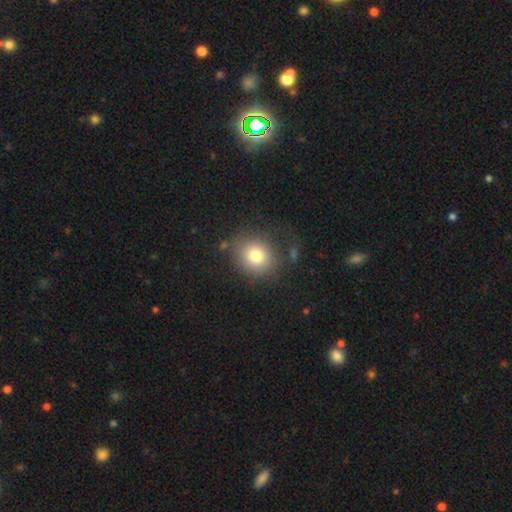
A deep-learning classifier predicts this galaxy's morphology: smooth-or-featured: smooth: 79% | featured or disk: 11% | star or artifact: 10%
  how-rounded: round: 75% | in between: 24% | cigar-shaped: 1%
  merging: none: 71% | minor disturbance: 16% | major disturbance: 10% | merger: 3%